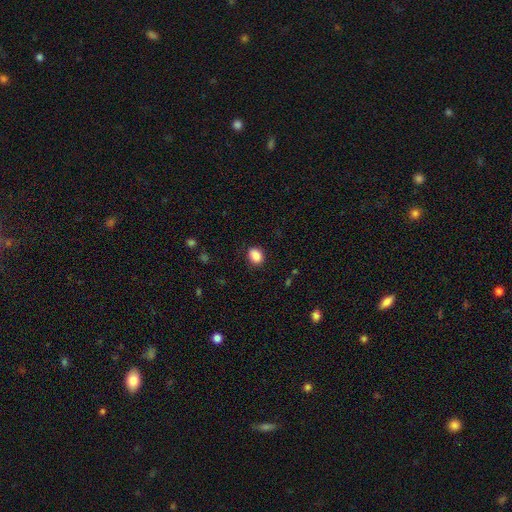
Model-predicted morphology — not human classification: The model was most divided on "how rounded": in between: 57%, round: 42%, cigar-shaped: 1%. More confident: smooth or featured — smooth (88%); merging — none (85%).